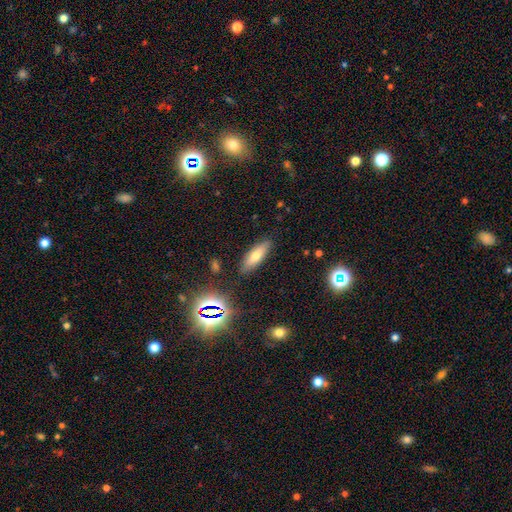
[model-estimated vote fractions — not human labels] smooth-or-featured: smooth: 60% | featured or disk: 24% | star or artifact: 16%
  how-rounded: in between: 53% | cigar-shaped: 43% | round: 3%
  merging: none: 87% | minor disturbance: 9% | major disturbance: 2% | merger: 2%